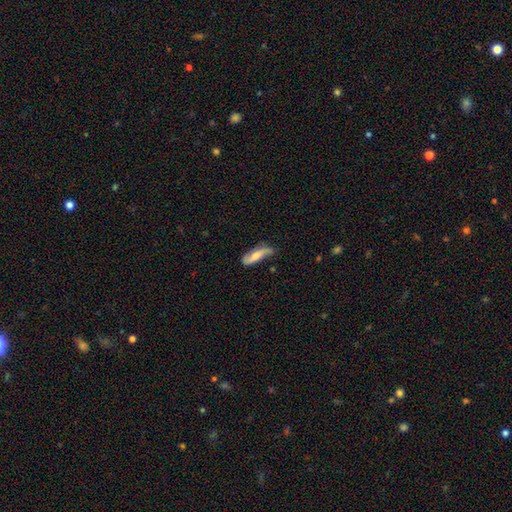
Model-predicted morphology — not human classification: The model was most divided on "smooth or featured": featured or disk: 56%, smooth: 38%, star or artifact: 6%. More confident: edge-on disk — no (77%); merging — none (60%).